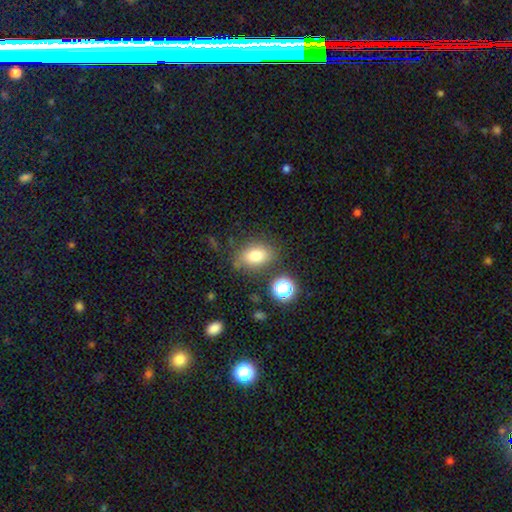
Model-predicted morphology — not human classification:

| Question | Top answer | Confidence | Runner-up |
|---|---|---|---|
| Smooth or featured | smooth | 79% | star or artifact (12%) |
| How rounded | in between | 80% | round (18%) |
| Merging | none | 74% | minor disturbance (15%) |